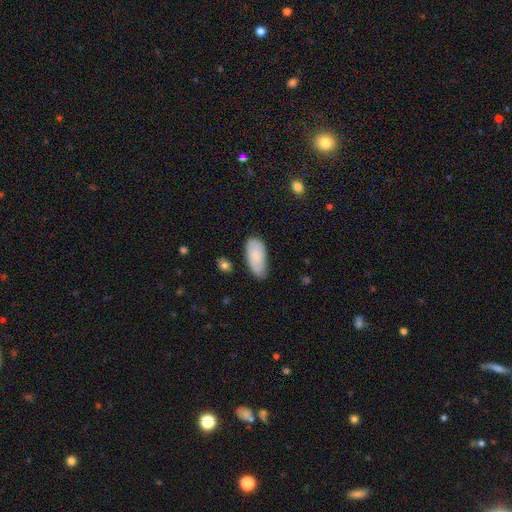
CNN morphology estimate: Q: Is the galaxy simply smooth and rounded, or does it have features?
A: smooth — 76%.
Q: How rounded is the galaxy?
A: in between — 92%.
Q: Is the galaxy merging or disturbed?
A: none — 65%.